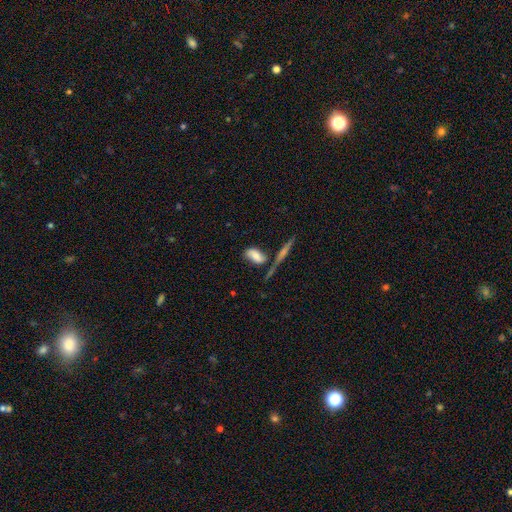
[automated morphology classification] A smooth galaxy with no disk features (65%) that is in between round and cigar-shaped (84%).

Vote fractions:
- Smooth or featured? smooth: 65% / featured or disk: 26% / star or artifact: 9%
- How rounded? in between: 84% / cigar-shaped: 11% / round: 5%
- Merging? none: 44% / merger: 27% / minor disturbance: 17% / major disturbance: 11%